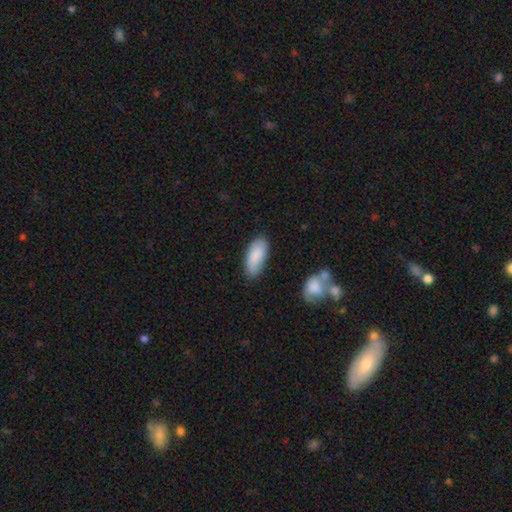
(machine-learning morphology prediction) smooth_or_featured: smooth (p=0.85) [alt: featured or disk p=0.09]
how_rounded: in between (p=0.89) [alt: cigar-shaped p=0.09]
merging: none (p=0.79) [alt: minor disturbance p=0.15]